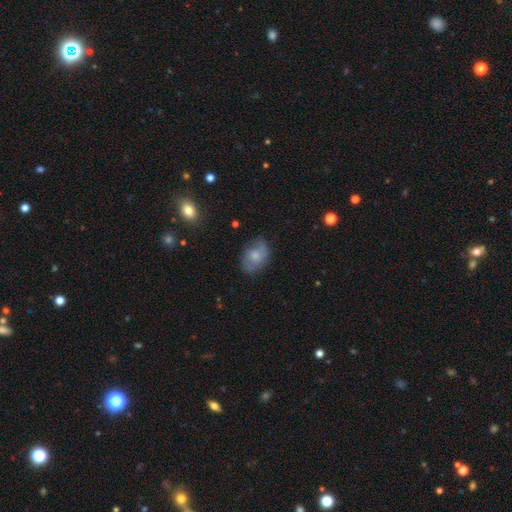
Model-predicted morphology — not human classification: This appears to be a smooth galaxy with no disk features (50%). Merging: none (70%).